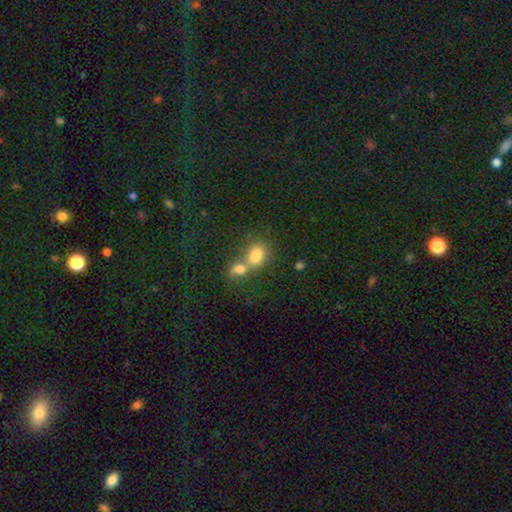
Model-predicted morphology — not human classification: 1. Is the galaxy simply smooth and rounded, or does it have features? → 79% smooth, 10% star or artifact, 10% featured or disk.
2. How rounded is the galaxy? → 58% in between, 41% round, 1% cigar-shaped.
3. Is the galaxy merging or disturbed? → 61% merger, 27% none, 7% minor disturbance, 4% major disturbance.